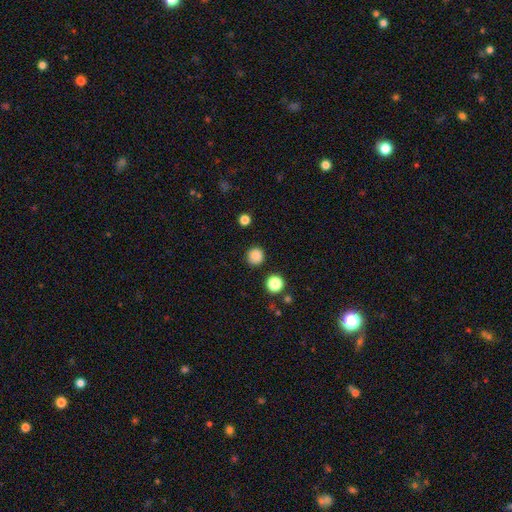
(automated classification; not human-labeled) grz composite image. It shows a smooth galaxy with no disk features (85%) that is round (93%). Merging: none (90%).